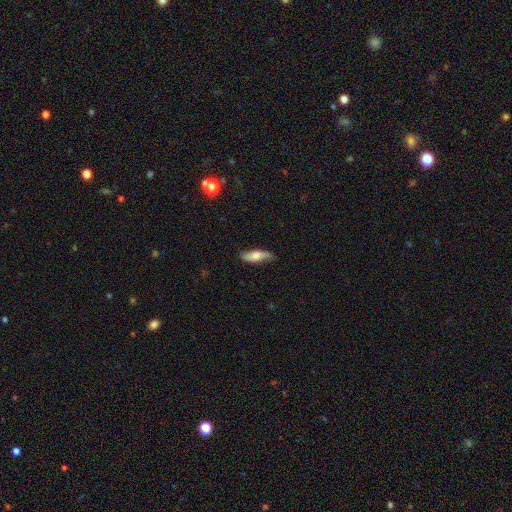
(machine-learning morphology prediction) smooth_or_featured: smooth (p=0.60) [alt: featured or disk p=0.34]
how_rounded: in between (p=0.52) [alt: cigar-shaped p=0.45]
merging: none (p=0.73) [alt: minor disturbance p=0.21]